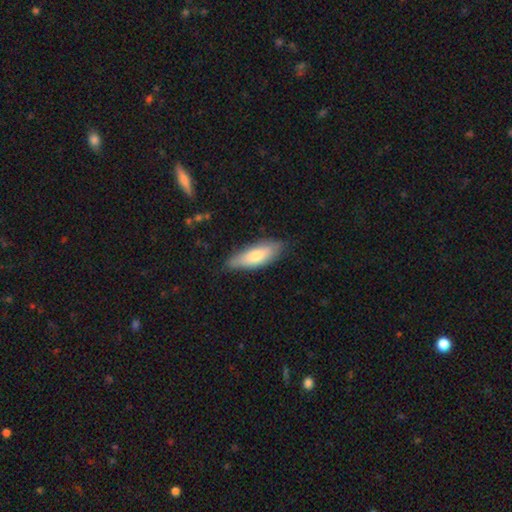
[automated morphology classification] Smooth or featured: smooth — 72% (featured or disk — 23%)
How rounded: in between — 60% (cigar-shaped — 38%)
Merging: none — 75% (minor disturbance — 20%)